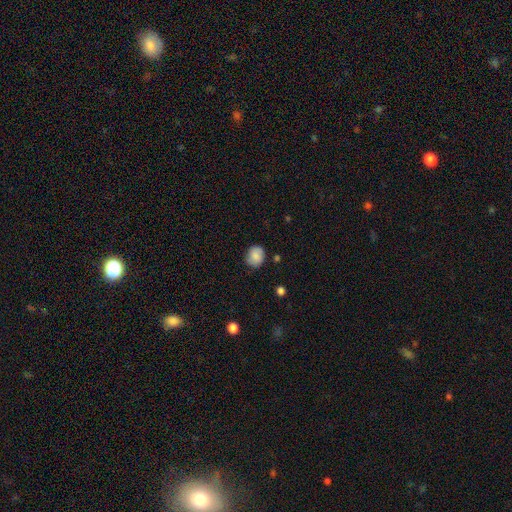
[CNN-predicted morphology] This appears to be a smooth galaxy with no disk features (83%) that is round (69%). Merging: none (79%).